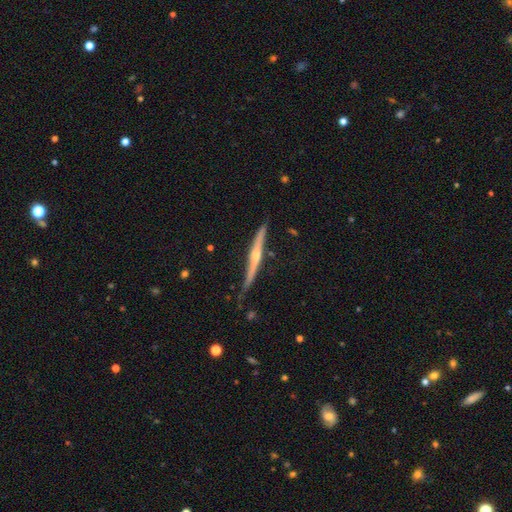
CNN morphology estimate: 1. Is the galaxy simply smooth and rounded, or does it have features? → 80% featured or disk, 15% smooth, 5% star or artifact.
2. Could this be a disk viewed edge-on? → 97% yes, 3% no.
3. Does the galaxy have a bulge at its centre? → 83% rounded, 12% none, 4% boxy.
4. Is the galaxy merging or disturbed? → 77% none, 18% minor disturbance, 3% major disturbance, 2% merger.